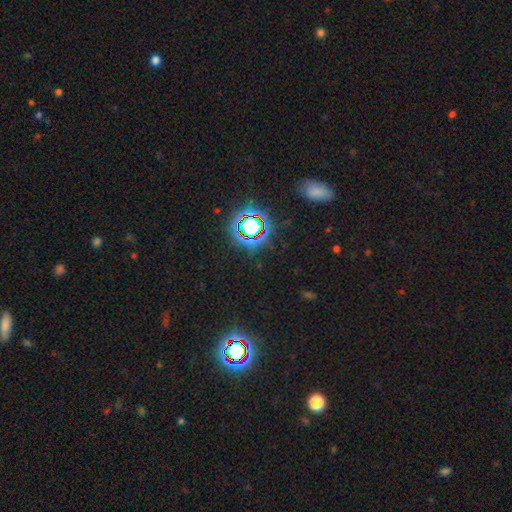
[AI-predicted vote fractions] Smooth or featured? Predicted: star or artifact (p=0.79).